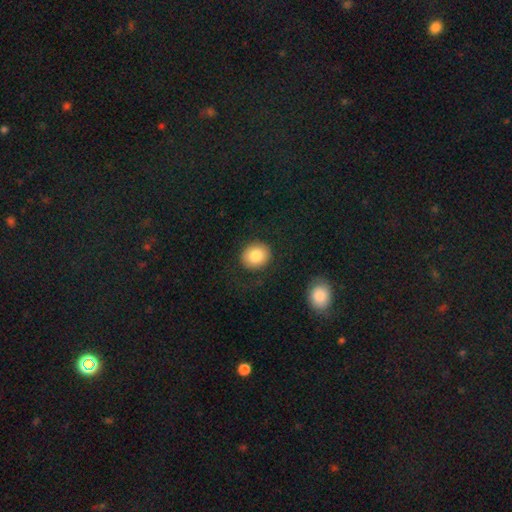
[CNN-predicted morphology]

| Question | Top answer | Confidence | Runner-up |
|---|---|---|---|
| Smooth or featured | smooth | 82% | featured or disk (10%) |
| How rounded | round | 75% | in between (24%) |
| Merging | none | 82% | minor disturbance (11%) |